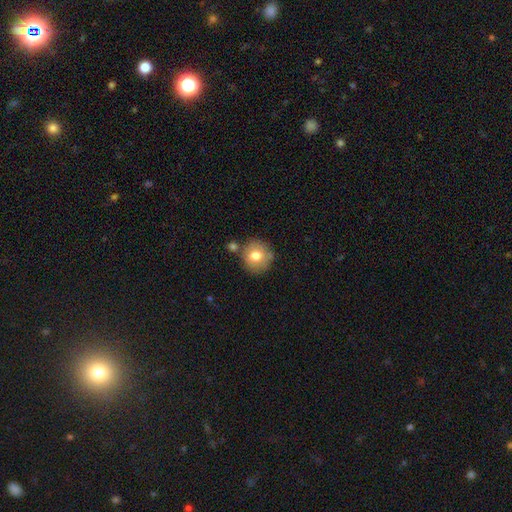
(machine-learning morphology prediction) This is likely a smooth galaxy (75%). How rounded: clearly round (90%). Merging: likely none (73%).